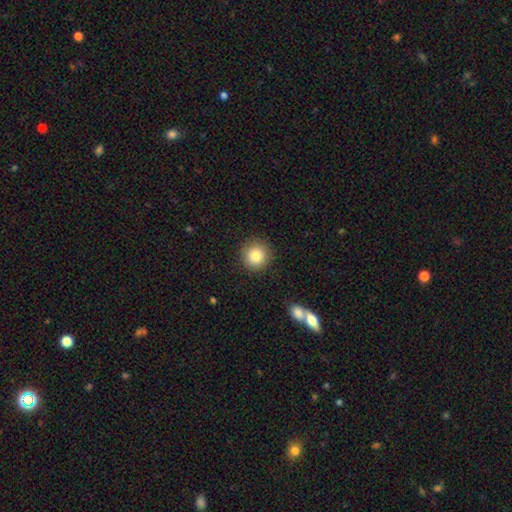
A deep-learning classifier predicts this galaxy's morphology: This is clearly a smooth galaxy (84%). How rounded: clearly round (93%). Merging: clearly none (89%).